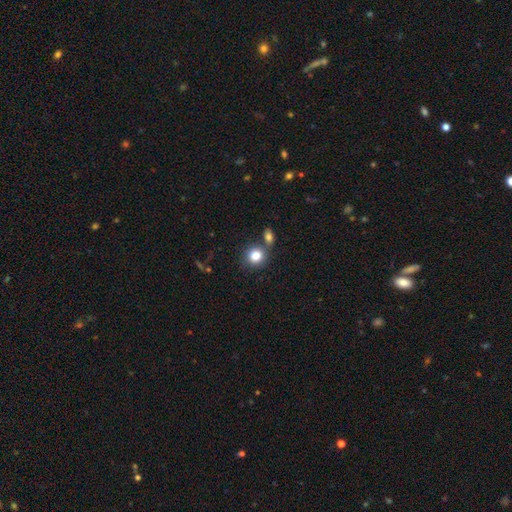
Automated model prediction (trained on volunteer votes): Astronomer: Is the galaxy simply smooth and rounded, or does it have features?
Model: smooth — 83%.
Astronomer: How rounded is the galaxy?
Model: round — 81%.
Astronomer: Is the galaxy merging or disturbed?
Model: none — 62%.